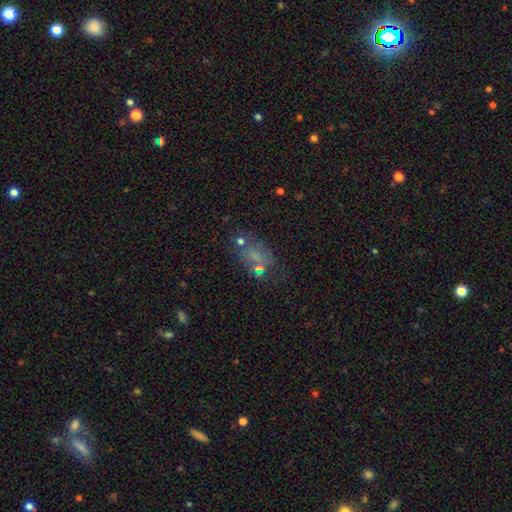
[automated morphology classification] Smooth or featured? Predicted: smooth (p=0.48). Merging? Predicted: none (p=0.59).